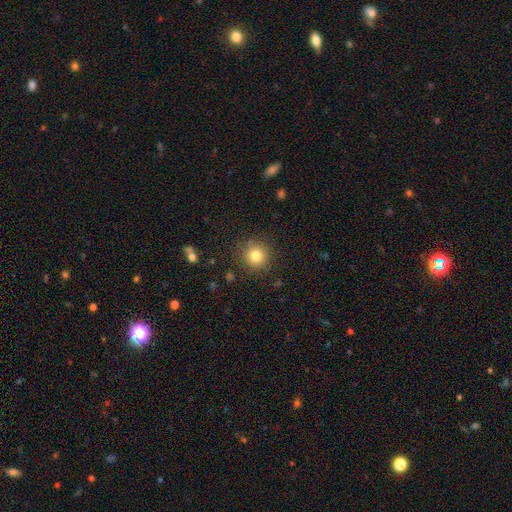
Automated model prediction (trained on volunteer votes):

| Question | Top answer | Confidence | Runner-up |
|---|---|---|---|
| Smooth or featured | smooth | 79% | star or artifact (13%) |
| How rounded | round | 93% | in between (6%) |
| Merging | none | 85% | minor disturbance (10%) |